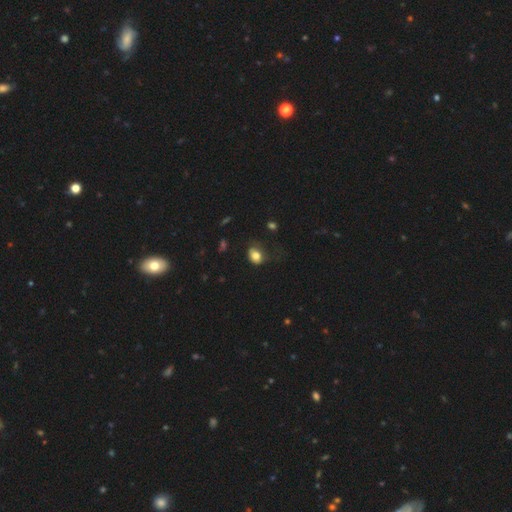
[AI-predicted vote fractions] Smooth or featured?
  - smooth: 81% *
  - star or artifact: 10%
  - featured or disk: 9%
How rounded?
  - in between: 62% *
  - round: 37%
  - cigar-shaped: 1%
Merging?
  - none: 46% *
  - minor disturbance: 31%
  - major disturbance: 20%
  - merger: 2%